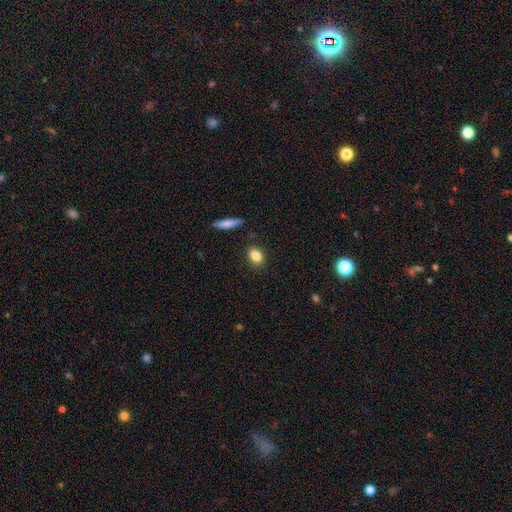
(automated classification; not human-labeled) This is clearly a smooth galaxy (85%). How rounded: likely in between (72%). Merging: clearly none (86%).